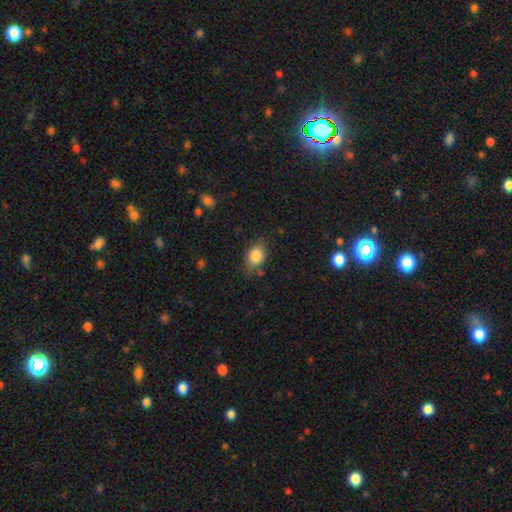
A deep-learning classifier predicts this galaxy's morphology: This appears to be a smooth galaxy with no disk features (83%) that is in between round and cigar-shaped (72%). Merging: none (71%).